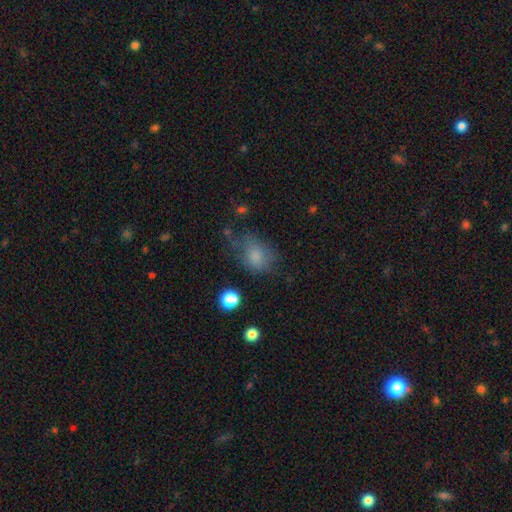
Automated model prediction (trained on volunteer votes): Smooth or featured: smooth — 75% (star or artifact — 13%)
How rounded: in between — 60% (round — 39%)
Merging: none — 48% (minor disturbance — 28%)